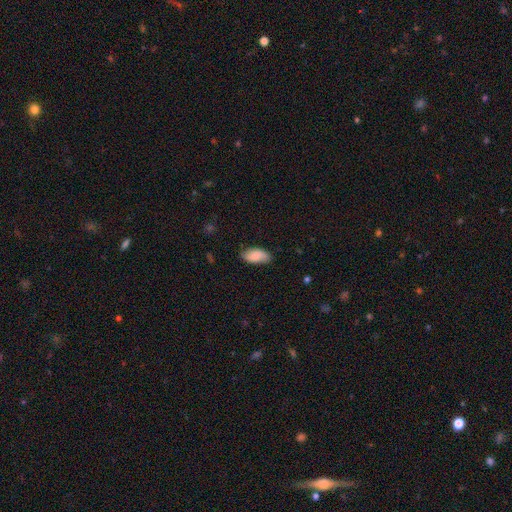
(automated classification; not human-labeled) Morphology: type=smooth (80%); roundness=in between (92%); merging=none (78%).